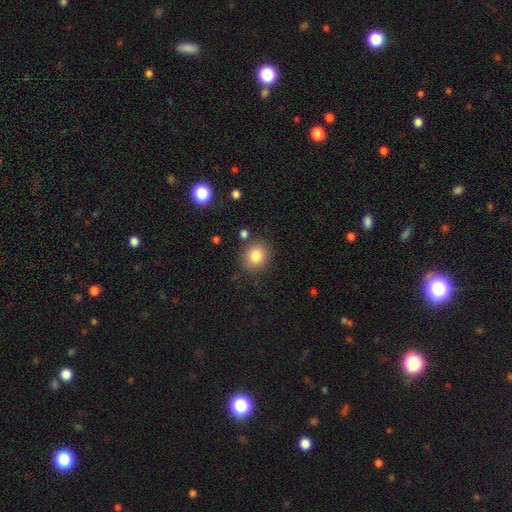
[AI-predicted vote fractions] Morphology: type=smooth (82%); roundness=round (81%); merging=none (83%).